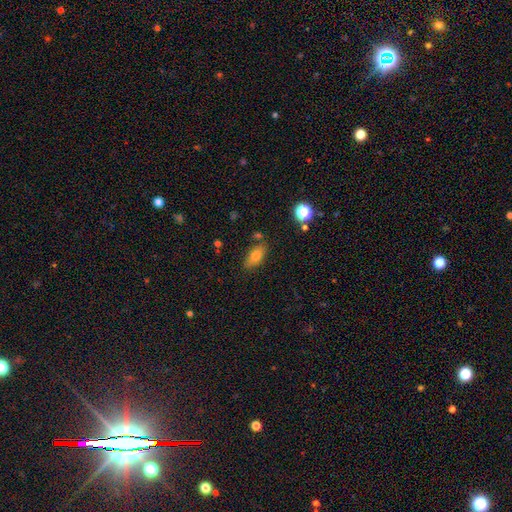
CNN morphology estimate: Overall: smooth (74%). How rounded: in between (82%). Merging: none (76%).